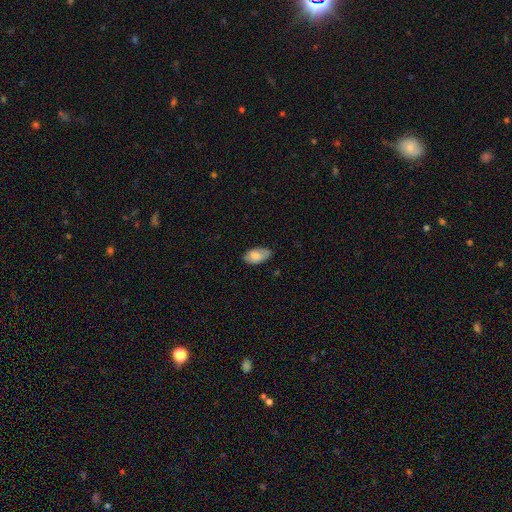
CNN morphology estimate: Smooth or featured: smooth — 74% (featured or disk — 19%)
How rounded: in between — 94% (round — 4%)
Merging: none — 74% (minor disturbance — 21%)